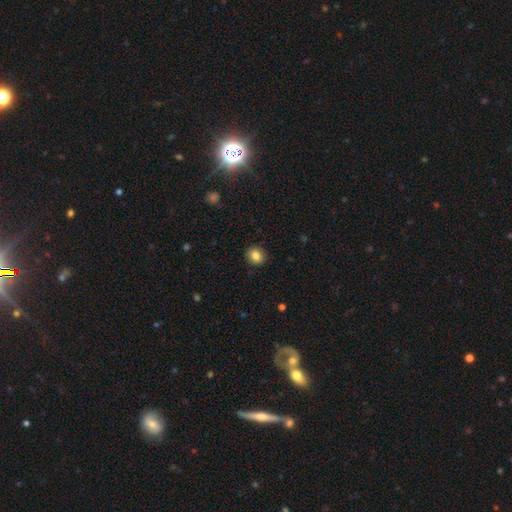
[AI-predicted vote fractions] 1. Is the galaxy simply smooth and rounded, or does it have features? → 83% smooth, 10% star or artifact, 7% featured or disk.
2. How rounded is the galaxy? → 83% round, 16% in between, 1% cigar-shaped.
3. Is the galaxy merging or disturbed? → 91% none, 6% minor disturbance, 2% major disturbance, 1% merger.